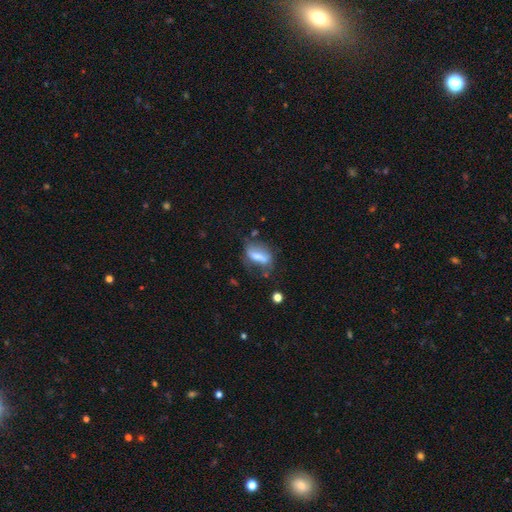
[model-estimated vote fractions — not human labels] This is possibly a smooth galaxy (56%). How rounded: likely in between (68%). Merging: marginally none (42%).